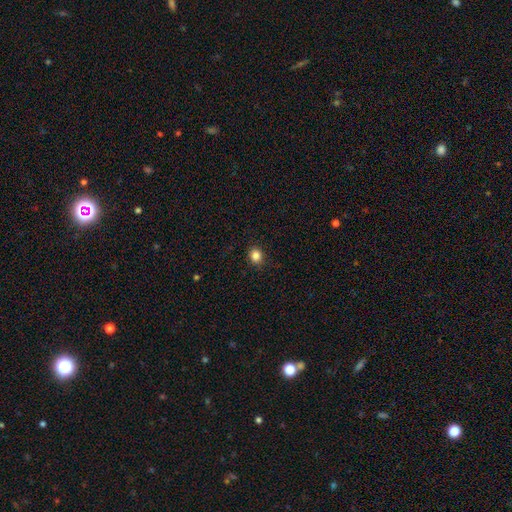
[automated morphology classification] The model was most divided on "how rounded": round: 80%, in between: 19%, cigar-shaped: 1%. More confident: merging — none (91%); smooth or featured — smooth (84%).